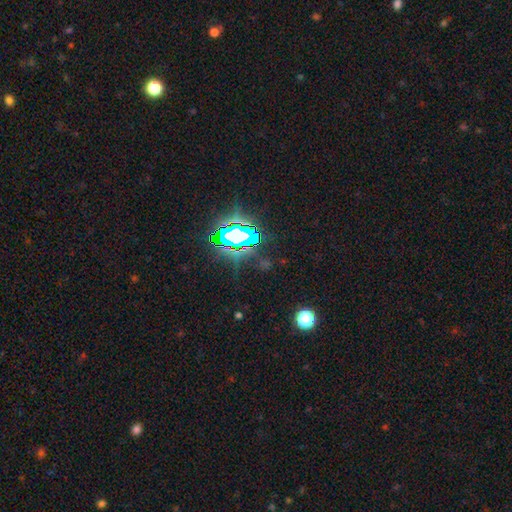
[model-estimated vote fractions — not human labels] This appears to be a star or artifact, not a galaxy (81%).